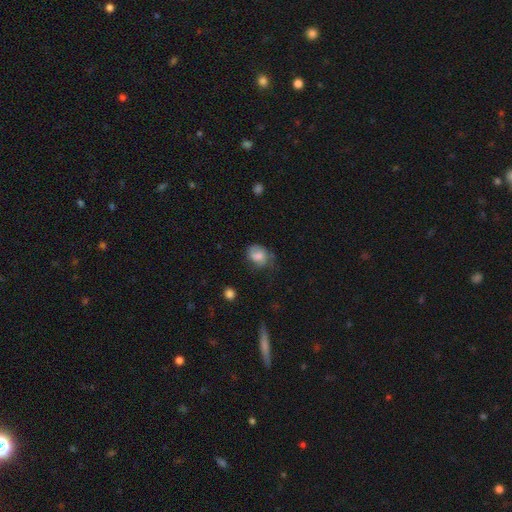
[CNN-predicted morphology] Smooth or featured? Predicted: smooth (p=0.69). How rounded? Predicted: in between (p=0.63). Merging? Predicted: none (p=0.47).